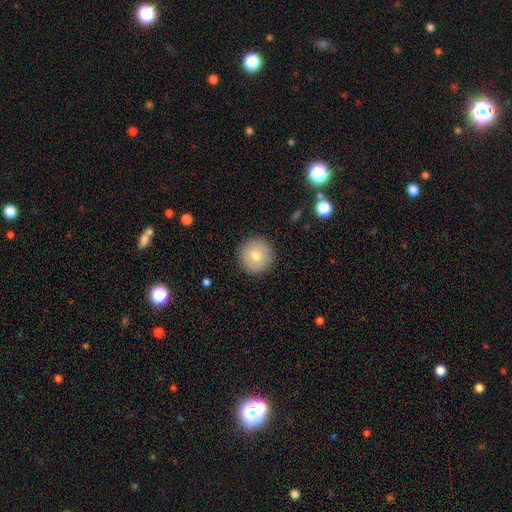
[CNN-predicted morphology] This is likely a smooth galaxy (78%). How rounded: clearly round (96%). Merging: clearly none (91%).